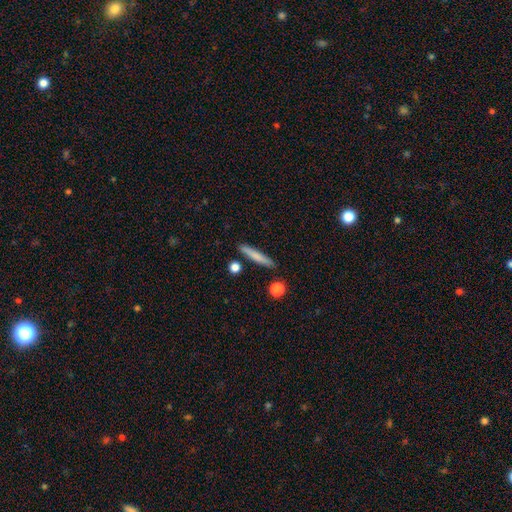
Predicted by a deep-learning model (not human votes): Overall: smooth (75%). How rounded: cigar-shaped (91%). Merging: none (86%).